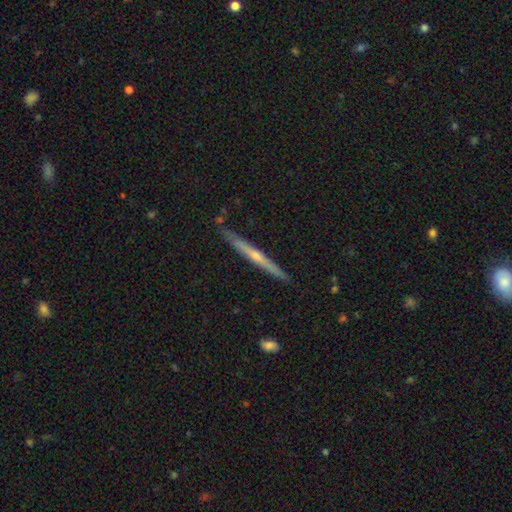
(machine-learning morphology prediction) A featured or disk galaxy (68%) viewed edge-on (97%) with a rounded central bulge (63%). Merging: none (87%).